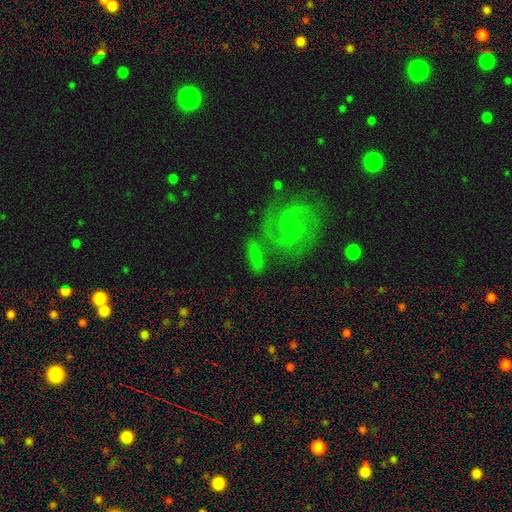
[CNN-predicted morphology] This is possibly a smooth galaxy (51%). How rounded: possibly cigar-shaped (51%). Merging: likely none (69%).